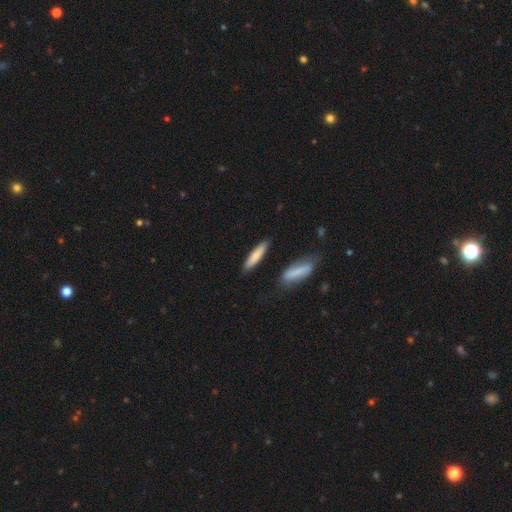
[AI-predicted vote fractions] Smooth or featured?
  - smooth: 76% *
  - featured or disk: 19%
  - star or artifact: 6%
How rounded?
  - cigar-shaped: 77% *
  - in between: 21%
  - round: 2%
Merging?
  - none: 85% *
  - minor disturbance: 9%
  - merger: 4%
  - major disturbance: 2%